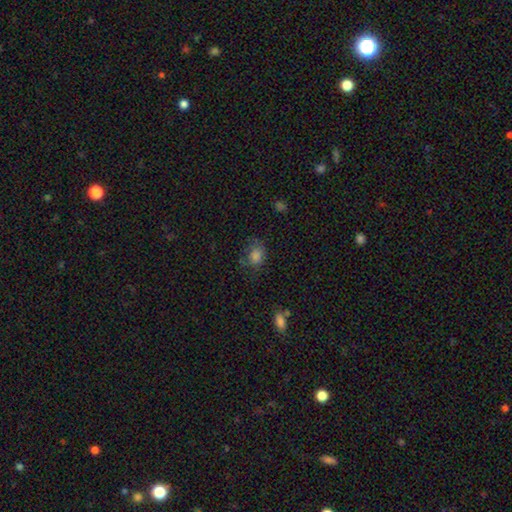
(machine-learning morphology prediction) smooth-or-featured: smooth: 76% | star or artifact: 15% | featured or disk: 9%
  how-rounded: in between: 49% (tied) | round: 49% (tied) | cigar-shaped: 1%
  merging: none: 61% | minor disturbance: 25% | major disturbance: 12% | merger: 3%